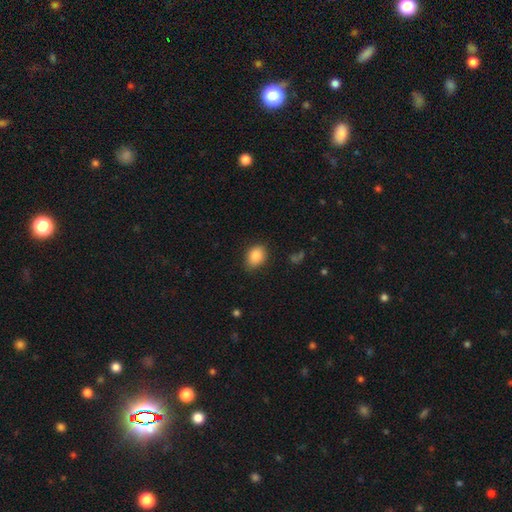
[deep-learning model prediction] Smooth or featured? Predicted: smooth (p=0.87). How rounded? Predicted: in between (p=0.68). Merging? Predicted: none (p=0.81).